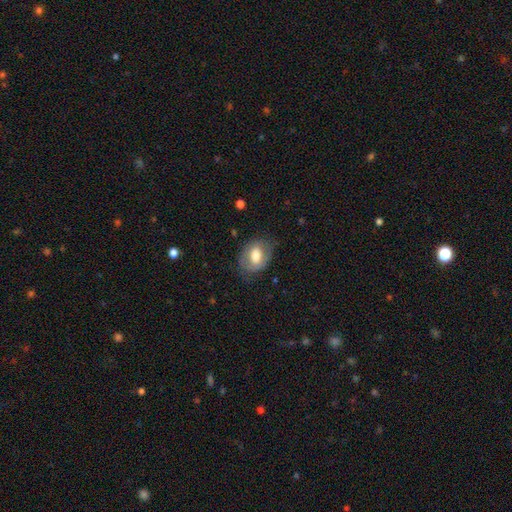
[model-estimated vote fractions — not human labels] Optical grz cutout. It shows a smooth galaxy with no disk features (61%) that is in between round and cigar-shaped (73%). Merging: none (71%).